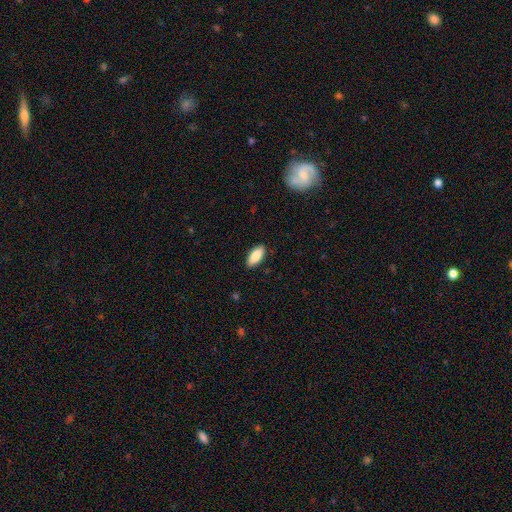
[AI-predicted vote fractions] A smooth galaxy with no disk features (86%) that is in between round and cigar-shaped (85%). Merging: none (89%).